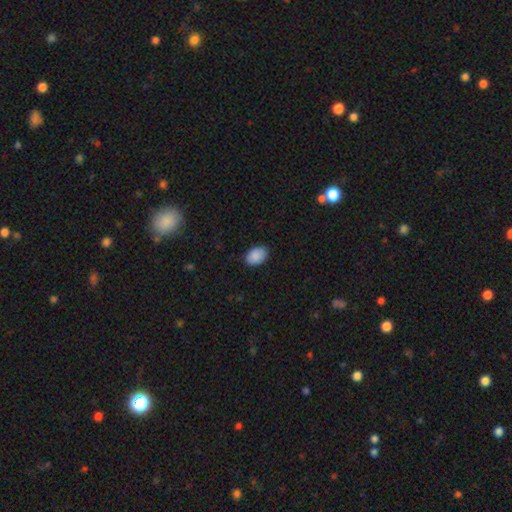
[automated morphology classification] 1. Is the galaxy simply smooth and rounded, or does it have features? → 90% smooth, 7% star or artifact, 3% featured or disk.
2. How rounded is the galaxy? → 84% in between, 15% round, 1% cigar-shaped.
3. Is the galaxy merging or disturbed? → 86% none, 11% minor disturbance, 2% major disturbance, 1% merger.